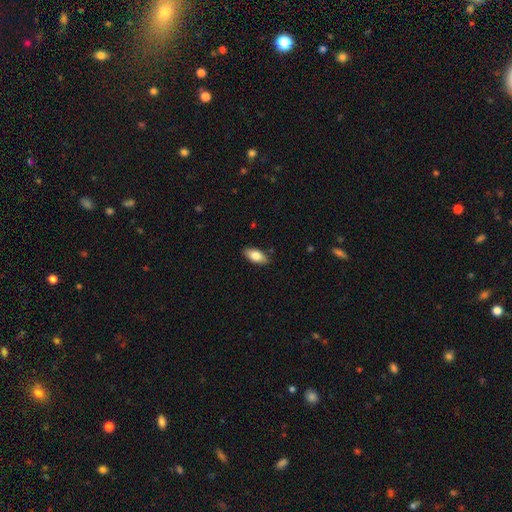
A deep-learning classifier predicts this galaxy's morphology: smooth 78%, featured or disk 15%, star or artifact 6%. Down the decision tree: how rounded — in between (88%); merging — none (87%).